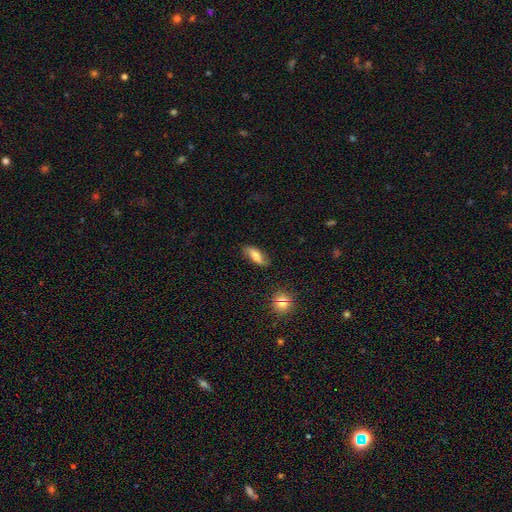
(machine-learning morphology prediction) This is possibly a smooth galaxy (59%). How rounded: likely in between (68%). Merging: clearly none (81%).